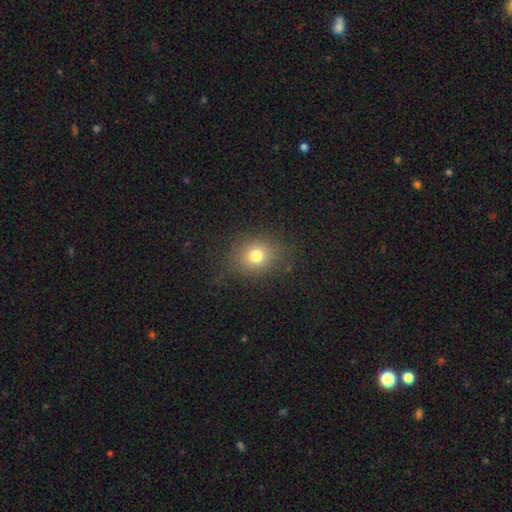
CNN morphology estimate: Smooth or featured? Predicted: smooth (p=0.75). How rounded? Predicted: round (p=0.59). Merging? Predicted: none (p=0.76).